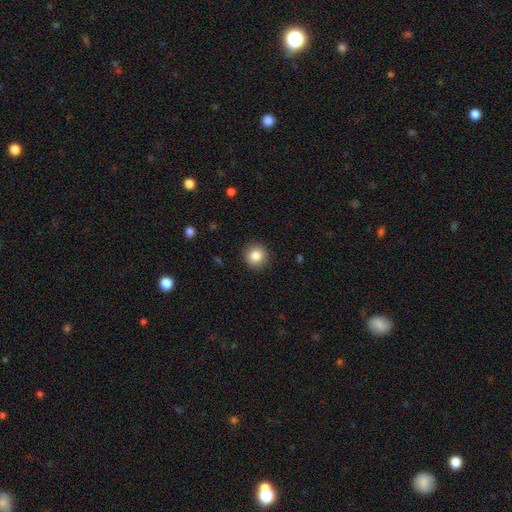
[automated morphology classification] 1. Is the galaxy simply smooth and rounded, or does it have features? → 85% smooth, 9% star or artifact, 6% featured or disk.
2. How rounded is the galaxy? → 93% round, 6% in between, 1% cigar-shaped.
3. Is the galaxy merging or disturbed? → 91% none, 6% minor disturbance, 2% major disturbance, 1% merger.